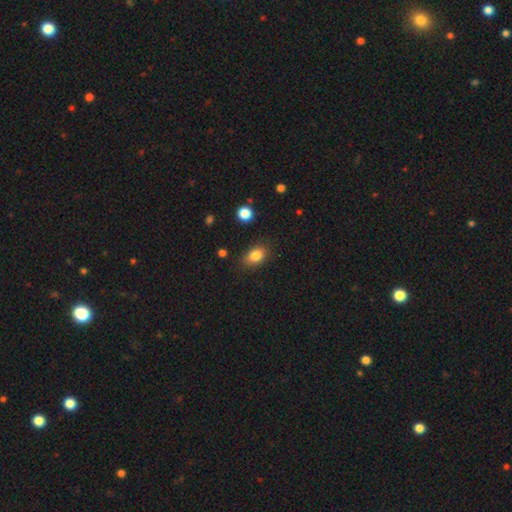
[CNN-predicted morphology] Overall: smooth (83%). How rounded: in between (77%). Merging: none (82%).